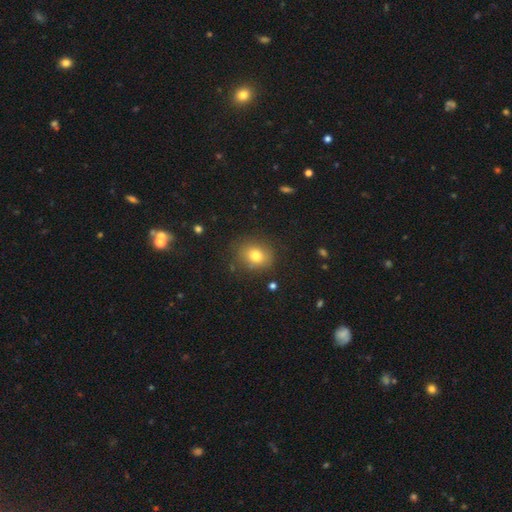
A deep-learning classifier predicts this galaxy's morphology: type=smooth (77%); roundness=round (61%); merging=none (81%).